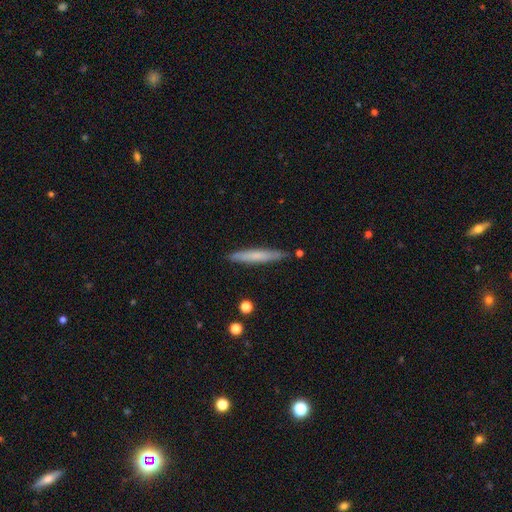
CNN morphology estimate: The model was most divided on "smooth or featured": smooth: 62%, featured or disk: 32%, star or artifact: 6%. More confident: how rounded — cigar-shaped (95%); merging — none (87%).